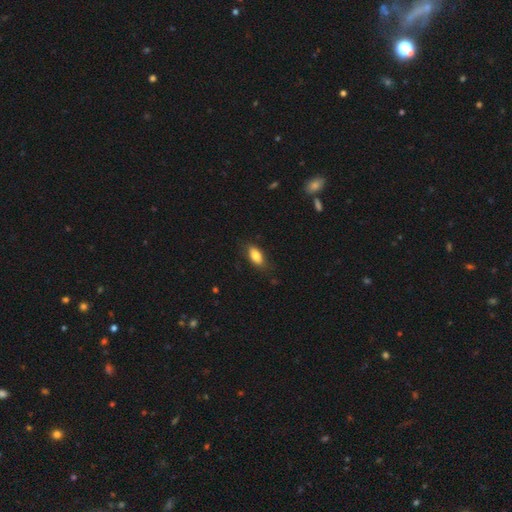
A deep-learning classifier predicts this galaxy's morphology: A smooth galaxy with no disk features (81%) that is in between round and cigar-shaped (86%).

Vote fractions:
- Smooth or featured? smooth: 81% / featured or disk: 12% / star or artifact: 7%
- How rounded? in between: 86% / cigar-shaped: 10% / round: 4%
- Merging? none: 80% / minor disturbance: 15% / major disturbance: 3% / merger: 1%